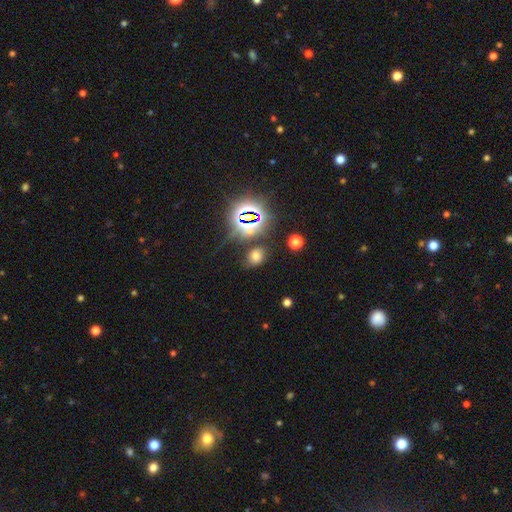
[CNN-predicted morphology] type=smooth (57%); roundness=in between (53%); merging=none (74%).